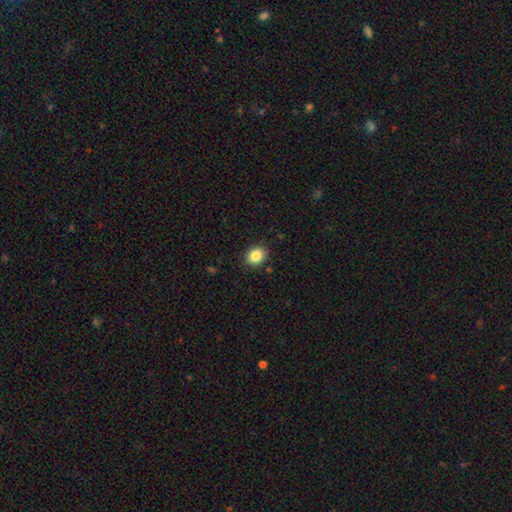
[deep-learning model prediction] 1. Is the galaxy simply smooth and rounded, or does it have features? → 86% smooth, 9% star or artifact, 5% featured or disk.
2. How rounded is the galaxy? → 50% round, 49% in between, 1% cigar-shaped.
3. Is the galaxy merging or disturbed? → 89% none, 8% minor disturbance, 2% major disturbance, 1% merger.